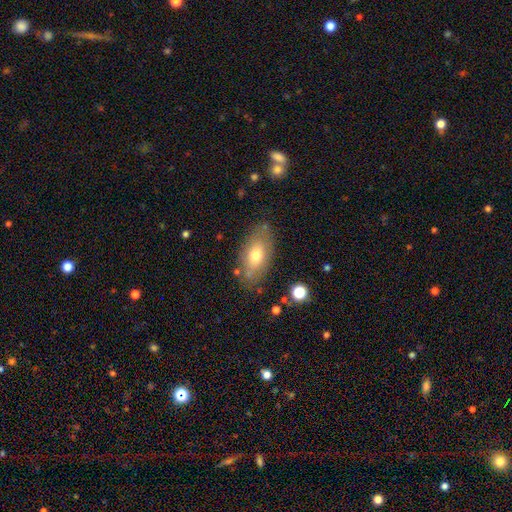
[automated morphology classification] Smooth or featured: smooth — 68% (featured or disk — 24%)
How rounded: in between — 90% (round — 5%)
Merging: none — 76% (minor disturbance — 16%)